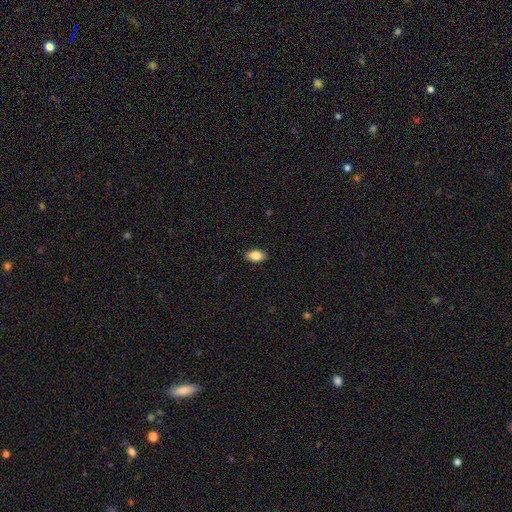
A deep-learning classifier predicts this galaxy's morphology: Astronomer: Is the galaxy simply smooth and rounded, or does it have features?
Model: smooth — 84%.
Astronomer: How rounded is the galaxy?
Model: in between — 90%.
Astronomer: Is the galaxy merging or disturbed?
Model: none — 88%.